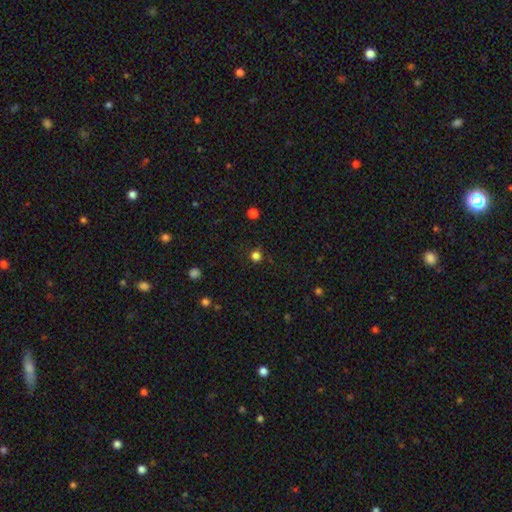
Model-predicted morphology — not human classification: type=smooth (79%); roundness=round (94%); merging=none (87%).